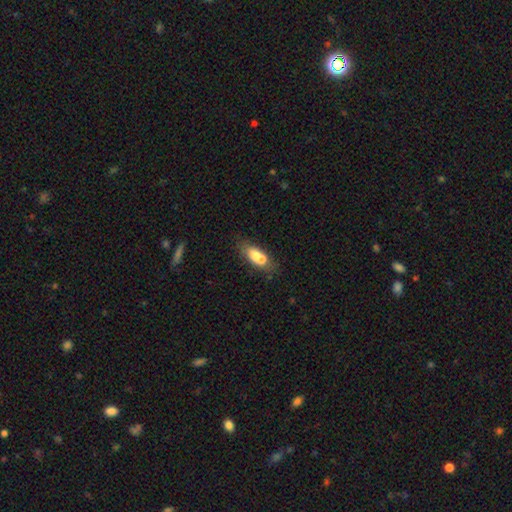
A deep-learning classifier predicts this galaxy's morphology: Overall: smooth (65%; featured or disk 27%). How rounded: in between (73%). Merging: merger (45%; none 38%).